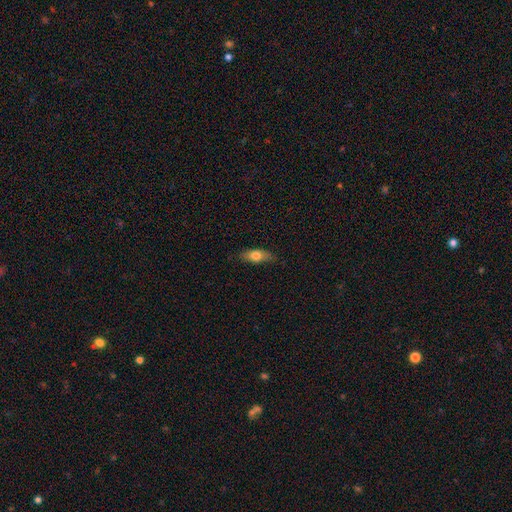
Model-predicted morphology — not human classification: smooth-or-featured: smooth: 70% | featured or disk: 23% | star or artifact: 7%
  how-rounded: in between: 72% | cigar-shaped: 23% | round: 5%
  merging: none: 76% | minor disturbance: 19% | major disturbance: 3% | merger: 1%